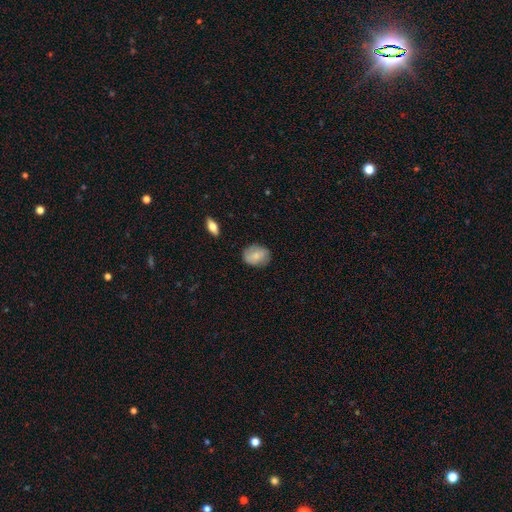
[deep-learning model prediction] smooth-or-featured: smooth: 78% | featured or disk: 15% | star or artifact: 7%
  how-rounded: in between: 61% | round: 38% | cigar-shaped: 1%
  merging: none: 81% | minor disturbance: 14% | major disturbance: 3% | merger: 1%